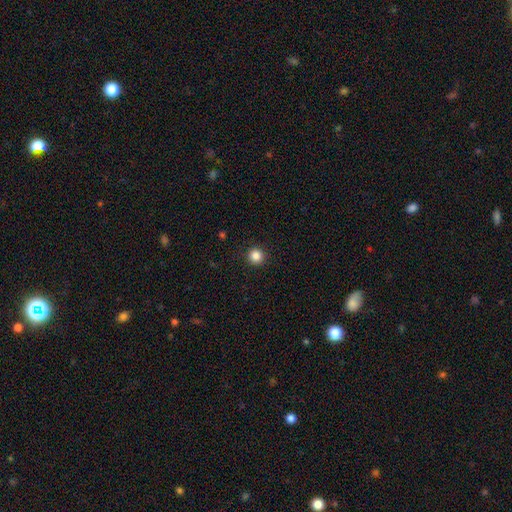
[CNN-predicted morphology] Overall: smooth (85%). How rounded: round (95%). Merging: none (92%).